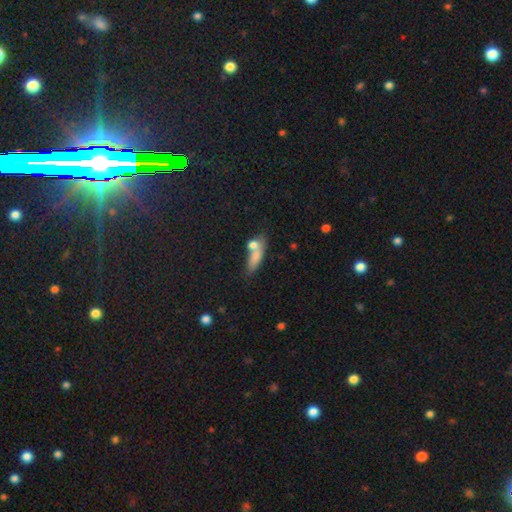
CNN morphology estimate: smooth-or-featured: smooth: 74% | featured or disk: 16% | star or artifact: 10%
  how-rounded: in between: 55% | cigar-shaped: 37% | round: 8%
  merging: none: 44% | merger: 32% | minor disturbance: 16% | major disturbance: 8%